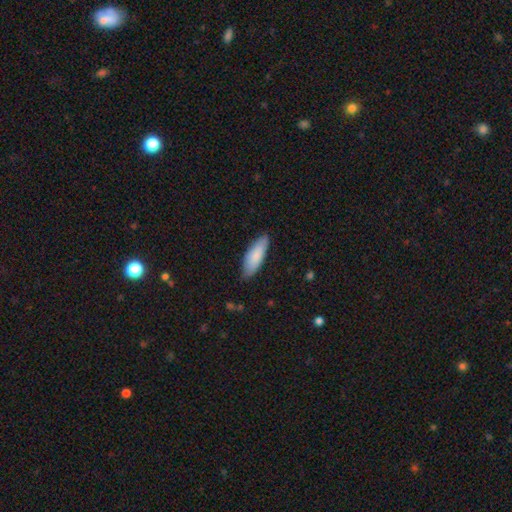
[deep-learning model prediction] The model was most divided on "how rounded": in between: 63%, cigar-shaped: 35%, round: 1%. More confident: smooth or featured — smooth (84%); merging — none (81%).